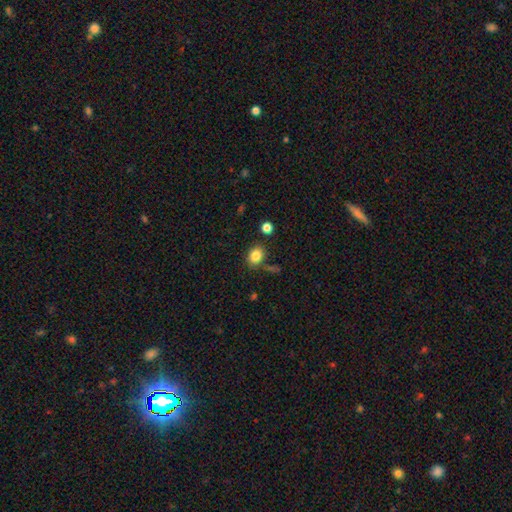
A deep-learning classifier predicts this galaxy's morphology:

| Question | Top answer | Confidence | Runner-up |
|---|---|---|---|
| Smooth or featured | smooth | 83% | star or artifact (10%) |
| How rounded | in between | 51% | round (48%) |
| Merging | none | 77% | minor disturbance (12%) |